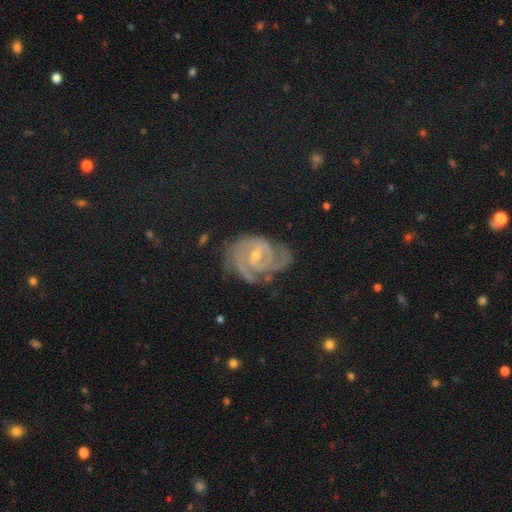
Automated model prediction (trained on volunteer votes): Smooth or featured? featured or disk (85%)
Edge-on disk? no (98%)
Bar? weak (47%)
Spiral arms? yes (97%)
Spiral winding? tight (65%)
Spiral arm count? 2 (38%)
Bulge size? small (60%)
Merging? none (66%)